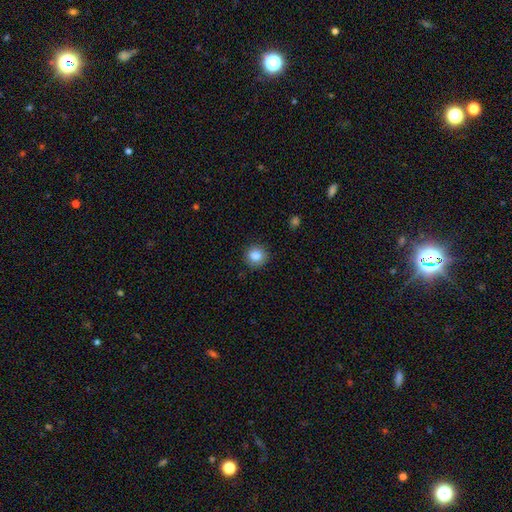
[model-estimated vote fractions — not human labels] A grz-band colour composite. It shows a smooth galaxy with no disk features (84%) that is round (86%). Merging: none (88%).